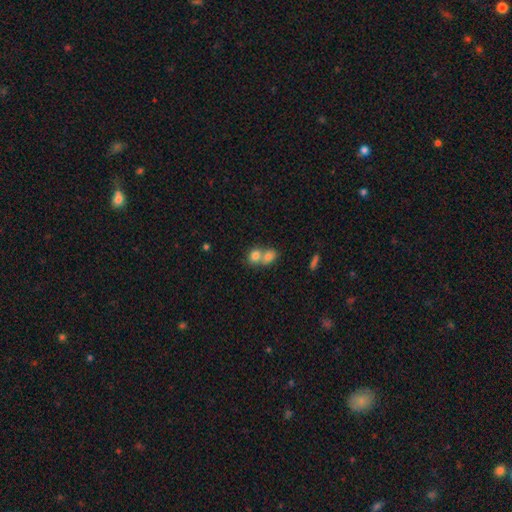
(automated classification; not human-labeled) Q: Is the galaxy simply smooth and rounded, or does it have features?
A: smooth — 77%.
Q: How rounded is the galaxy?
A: round — 54%.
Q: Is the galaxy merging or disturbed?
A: merger — 68%.